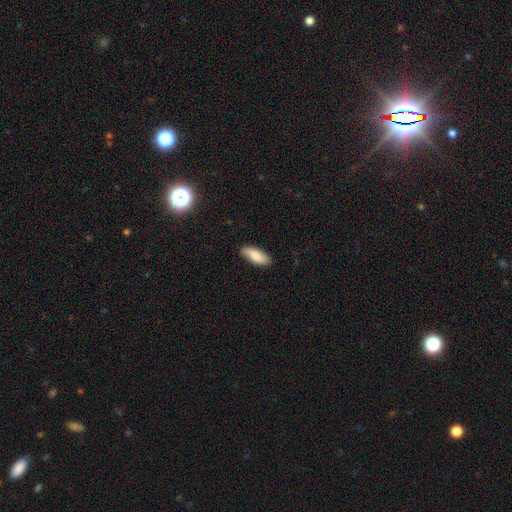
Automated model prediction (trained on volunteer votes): This is clearly a smooth galaxy (82%). How rounded: likely in between (76%). Merging: clearly none (84%).